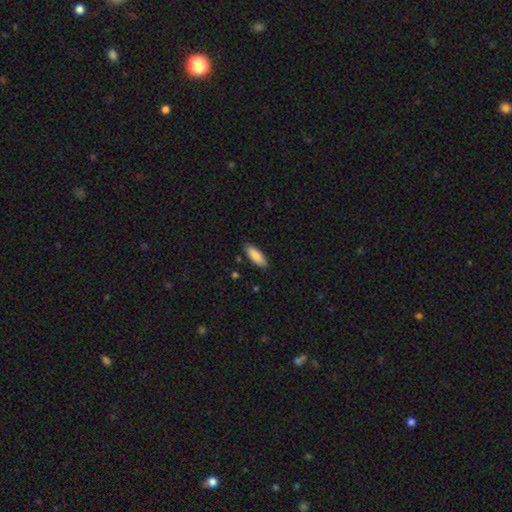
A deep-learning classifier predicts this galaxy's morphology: smooth-or-featured: smooth: 88% | featured or disk: 6% | star or artifact: 6%
  how-rounded: in between: 69% | cigar-shaped: 29% | round: 1%
  merging: none: 86% | minor disturbance: 10% | major disturbance: 2% | merger: 1%